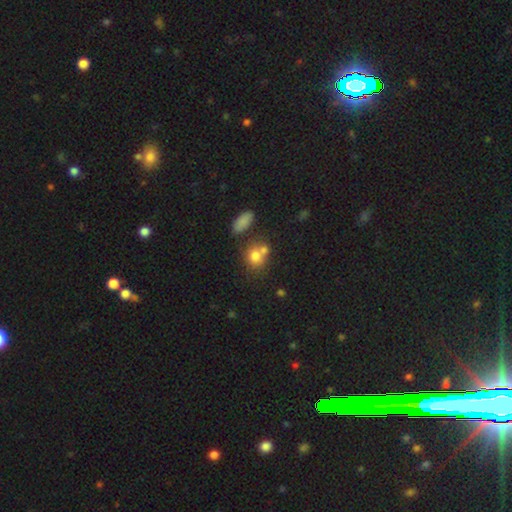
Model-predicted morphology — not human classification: Q: Smooth or featured?
A: smooth (76%); runner-up: featured or disk (12%)
Q: How rounded?
A: round (66%); runner-up: in between (33%)
Q: Merging?
A: none (46%); runner-up: merger (38%)